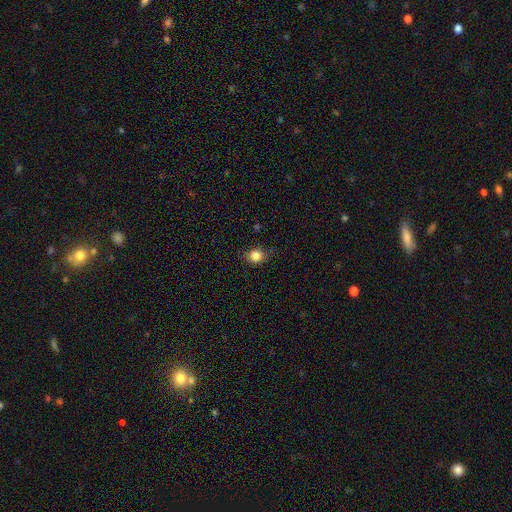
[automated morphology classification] A smooth galaxy with no disk features (83%) that is round (68%).

Vote fractions:
- Smooth or featured? smooth: 83% / star or artifact: 11% / featured or disk: 6%
- How rounded? round: 68% / in between: 31% / cigar-shaped: 1%
- Merging? none: 81% / minor disturbance: 15% / major disturbance: 3% / merger: 1%